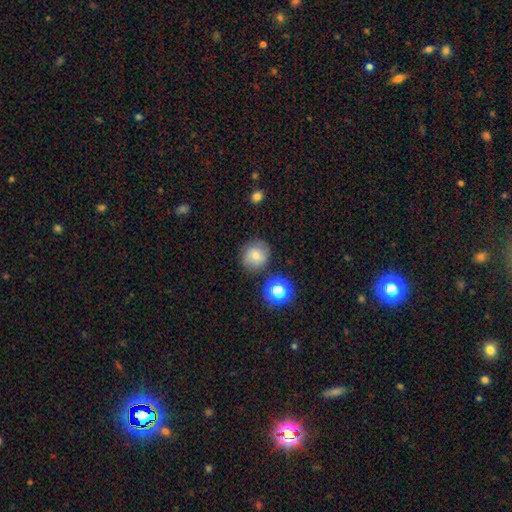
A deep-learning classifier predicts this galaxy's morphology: This is likely a smooth galaxy (62%). How rounded: clearly round (89%). Merging: likely none (79%).